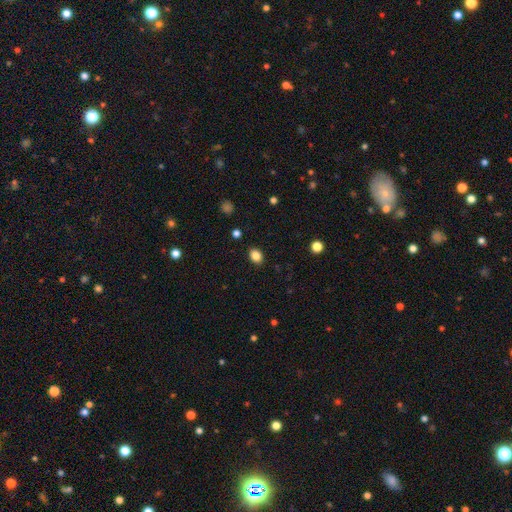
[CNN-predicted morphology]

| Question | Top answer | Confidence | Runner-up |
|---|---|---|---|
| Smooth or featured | smooth | 85% | star or artifact (11%) |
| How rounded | in between | 57% | round (42%) |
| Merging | none | 88% | minor disturbance (8%) |